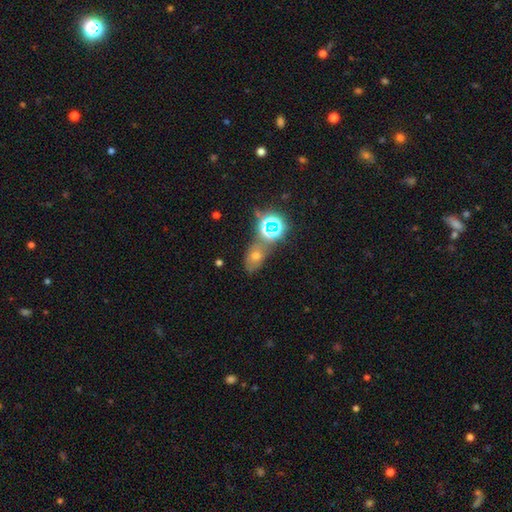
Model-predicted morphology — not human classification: This appears to be a smooth galaxy with no disk features (42%). Merging: none (61%).